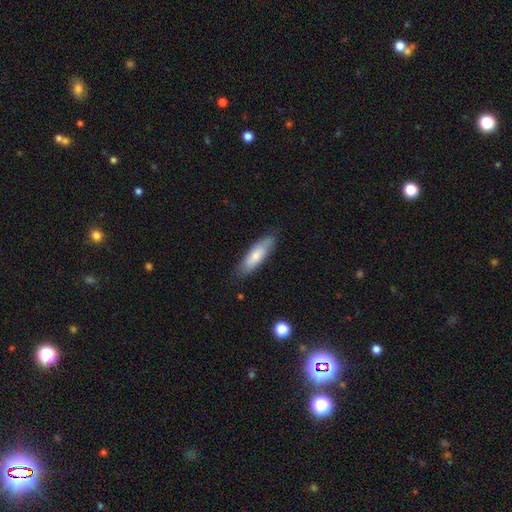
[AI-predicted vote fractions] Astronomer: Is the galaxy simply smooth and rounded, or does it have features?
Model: smooth — 74%.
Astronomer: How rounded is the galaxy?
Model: cigar-shaped — 54% (runner-up: in between, 45%).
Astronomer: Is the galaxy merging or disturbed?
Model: none — 80%.